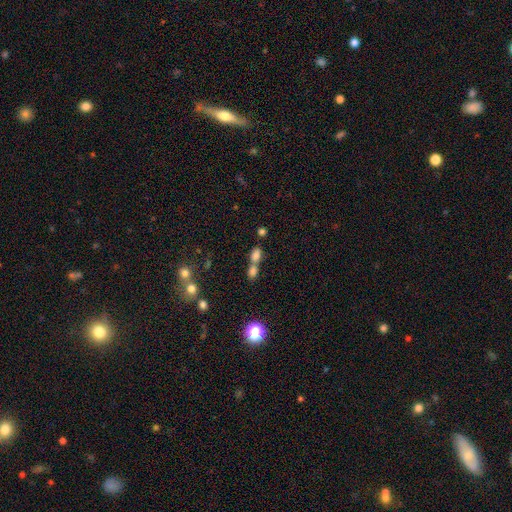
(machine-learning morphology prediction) Smooth or featured? Predicted: smooth (p=0.77). How rounded? Predicted: in between (p=0.77). Merging? Predicted: merger (p=0.62).